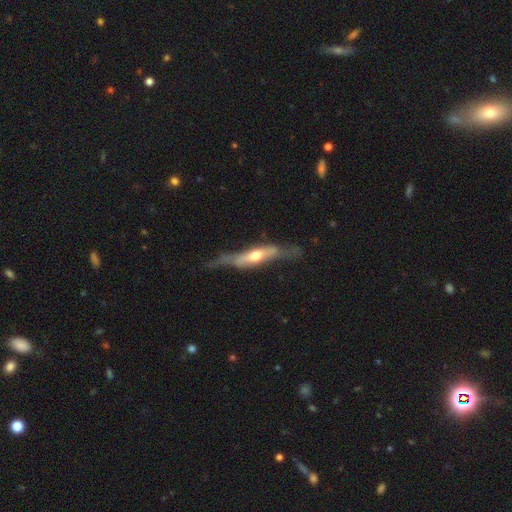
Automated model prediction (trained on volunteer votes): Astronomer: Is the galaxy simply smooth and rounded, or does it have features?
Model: featured or disk — 65%.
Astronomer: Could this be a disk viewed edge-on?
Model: yes — 74%.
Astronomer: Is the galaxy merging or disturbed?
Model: none — 44% (runner-up: minor disturbance, 29%).